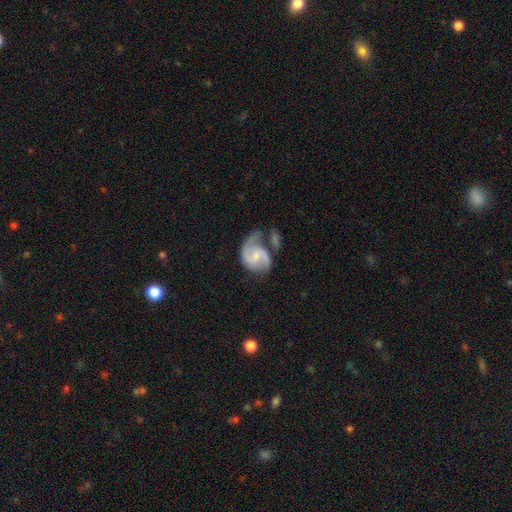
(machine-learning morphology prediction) This is clearly a featured or disk galaxy (84%). It is clearly not viewed edge-on (98%). Bar: possibly weak (46%). Spiral arm pattern: clearly yes (96%). Spiral arm count: clearly 2 (85%). Spiral winding: possibly medium (53%). Central bulge: possibly small (53%). Merging: marginally none (40%).